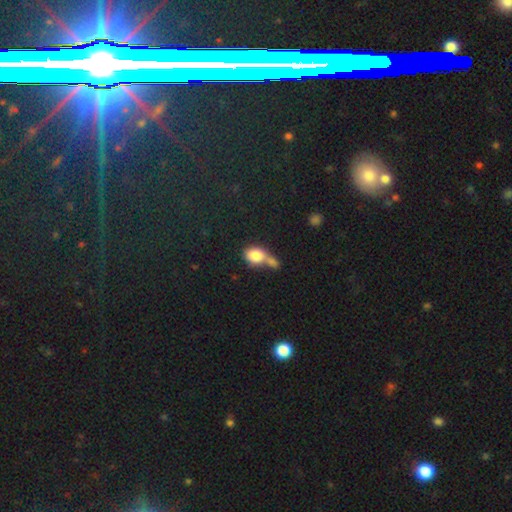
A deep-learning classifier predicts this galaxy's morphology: This is clearly a smooth galaxy (81%). How rounded: likely in between (63%). Merging: possibly merger (57%).